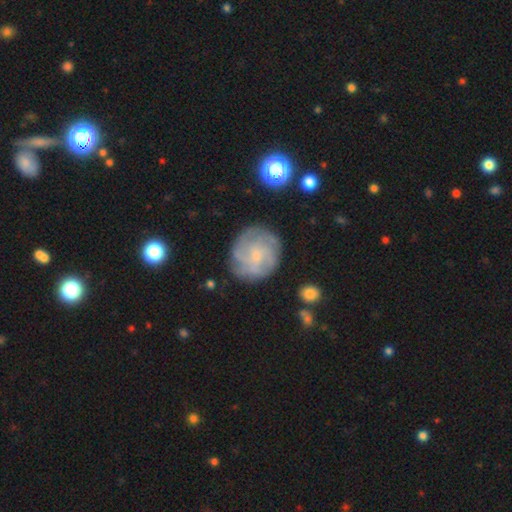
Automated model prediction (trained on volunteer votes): Smooth or featured: featured or disk — 66% (smooth — 26%)
Edge-on disk: no — 98% (yes — 2%)
Bar: no — 62% (weak — 33%)
Spiral arms: yes — 87% (no — 13%)
Spiral winding: tight — 52% (medium — 35%)
Spiral arm count: can't tell — 44% (3 — 17%)
Bulge size: small — 61% (moderate — 21%)
Merging: none — 77% (minor disturbance — 15%)